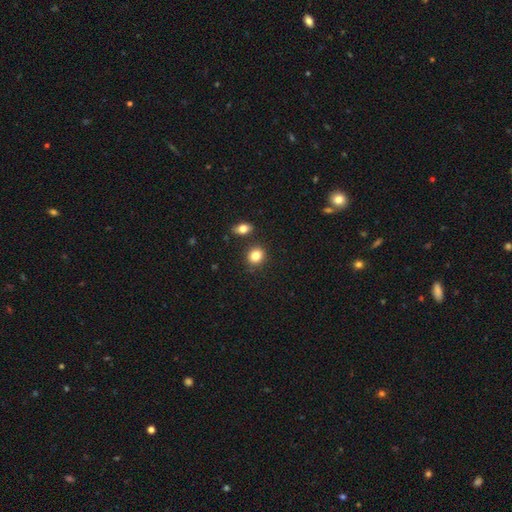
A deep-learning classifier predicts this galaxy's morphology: This is clearly a smooth galaxy (84%). How rounded: likely round (72%). Merging: clearly none (81%).